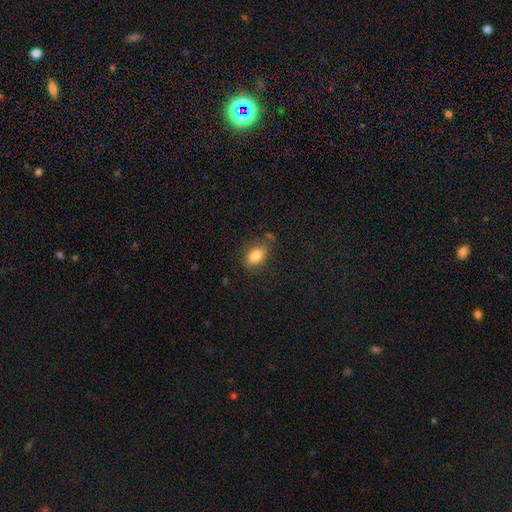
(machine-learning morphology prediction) Overall: smooth (82%). How rounded: in between (81%). Merging: none (76%).